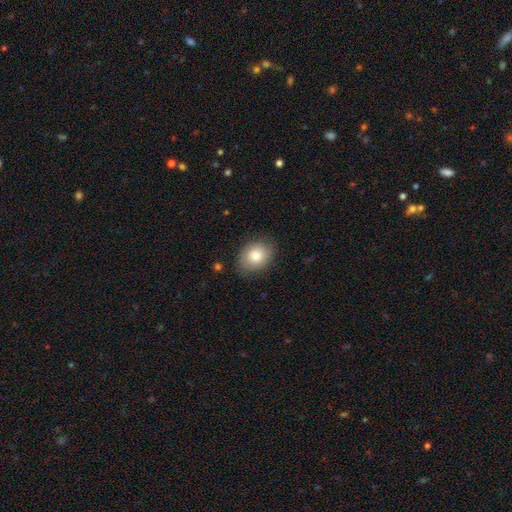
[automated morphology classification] Overall: smooth (81%). How rounded: in between (54%; round 45%). Merging: none (82%).